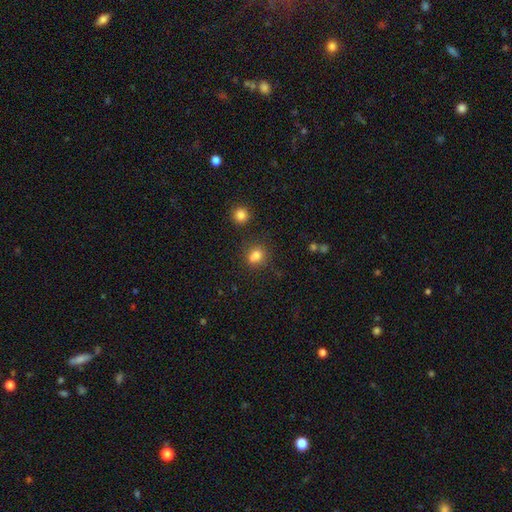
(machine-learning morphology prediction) This is likely a smooth galaxy (79%). How rounded: possibly round (60%). Merging: likely none (60%).